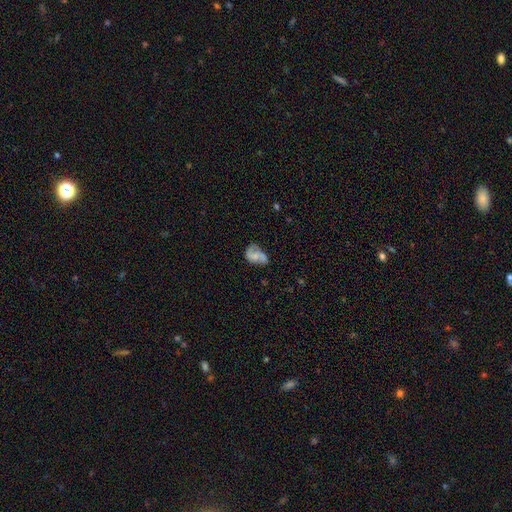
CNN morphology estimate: This is possibly a featured or disk galaxy (49%). Merging: marginally none (37%).